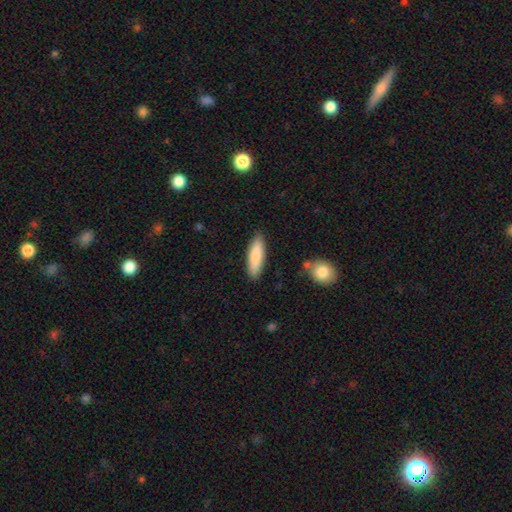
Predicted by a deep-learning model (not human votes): Overall: smooth (83%). How rounded: cigar-shaped (59%; in between 39%). Merging: none (87%).